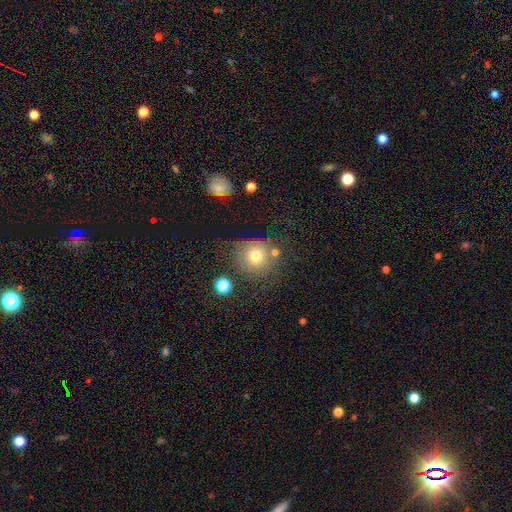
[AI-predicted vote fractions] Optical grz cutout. It shows a smooth galaxy with no disk features (74%) that is round (89%). Merging: none (67%).